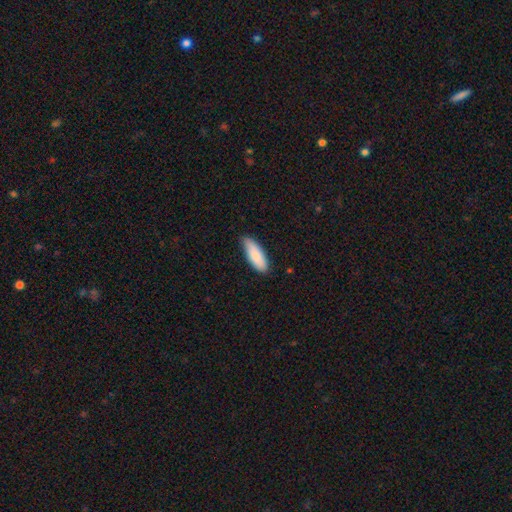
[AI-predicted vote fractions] Morphology: type=smooth (87%); roundness=in between (65%); merging=none (77%).